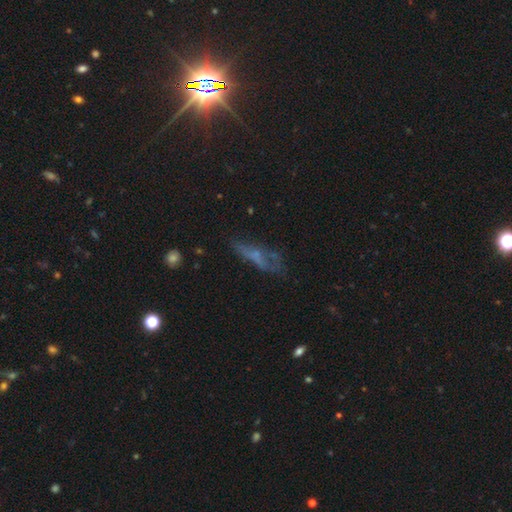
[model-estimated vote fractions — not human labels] Smooth or featured? Predicted: featured or disk (p=0.42). Merging? Predicted: none (p=0.49).